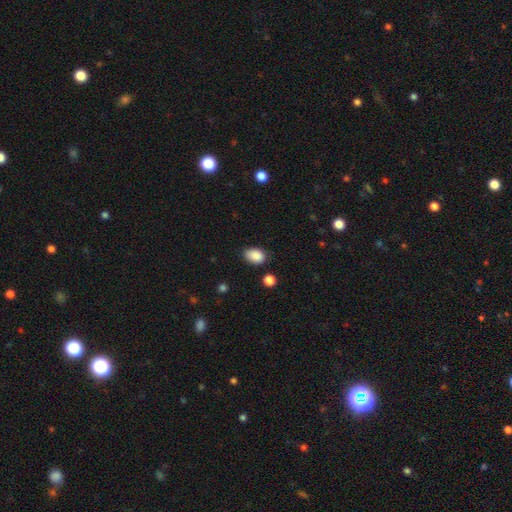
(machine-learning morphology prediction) Overall: smooth (88%). How rounded: in between (84%). Merging: none (78%).